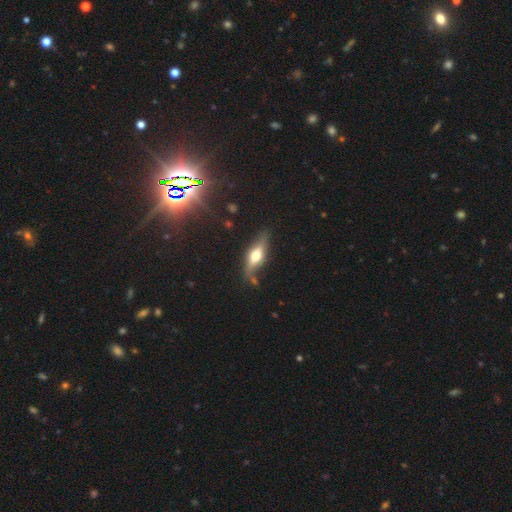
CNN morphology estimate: Smooth or featured? Predicted: featured or disk (p=0.52). Edge-on disk? Predicted: yes (p=0.81). Merging? Predicted: none (p=0.69).